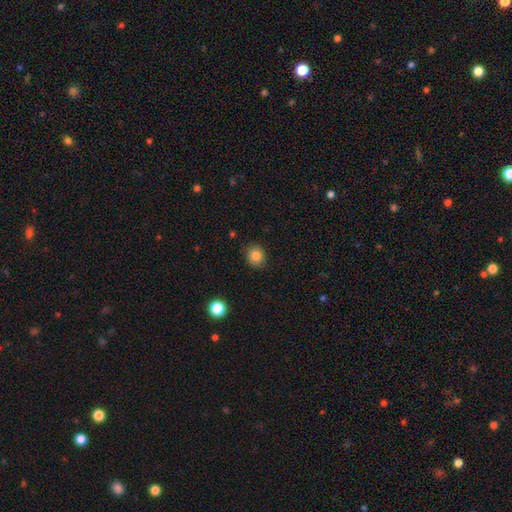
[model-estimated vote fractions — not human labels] Smooth or featured? smooth (83%)
How rounded? round (82%)
Merging? none (88%)